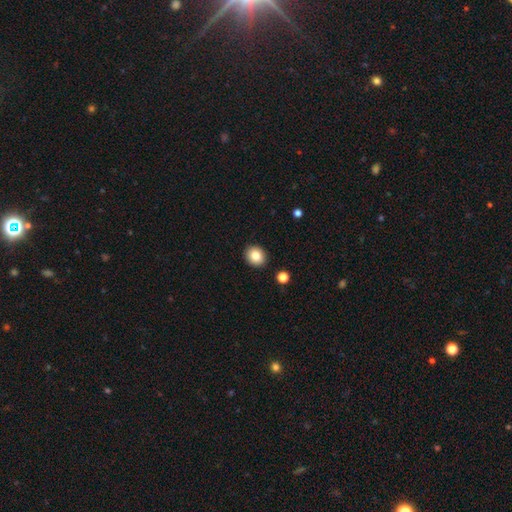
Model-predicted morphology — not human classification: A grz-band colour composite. It shows a smooth galaxy with no disk features (83%) that is round (77%). Merging: none (91%).